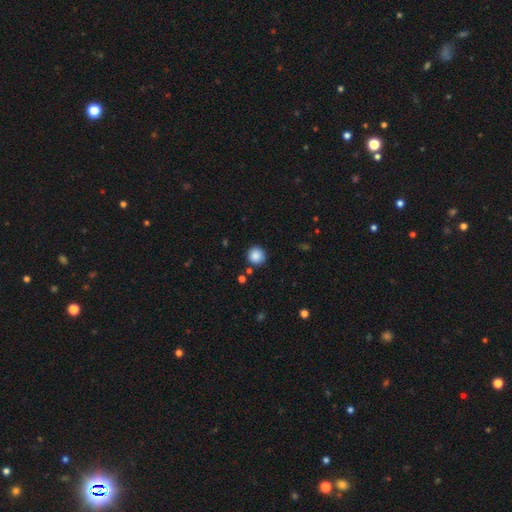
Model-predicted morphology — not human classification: A smooth galaxy with no disk features (87%) that is round (95%).

Vote fractions:
- Smooth or featured? smooth: 87% / star or artifact: 9% / featured or disk: 3%
- How rounded? round: 95% / in between: 4% / cigar-shaped: 1%
- Merging? none: 88% / minor disturbance: 7% / merger: 3% / major disturbance: 2%